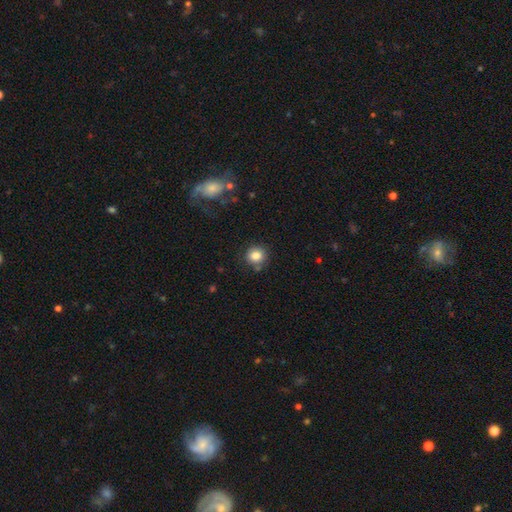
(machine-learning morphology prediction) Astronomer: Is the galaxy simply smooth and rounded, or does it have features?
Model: smooth — 84%.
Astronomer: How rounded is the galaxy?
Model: round — 88%.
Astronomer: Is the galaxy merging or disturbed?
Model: none — 79%.